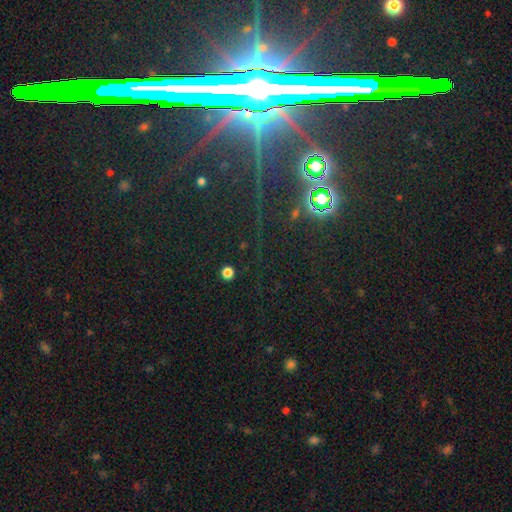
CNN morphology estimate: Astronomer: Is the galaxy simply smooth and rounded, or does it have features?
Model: star or artifact — 78%.